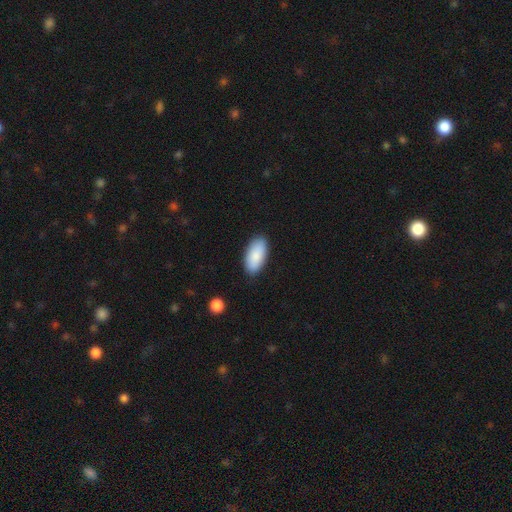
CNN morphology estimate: smooth-or-featured: smooth: 87% | featured or disk: 7% | star or artifact: 6%
  how-rounded: in between: 92% | cigar-shaped: 6% | round: 2%
  merging: none: 88% | minor disturbance: 9% | major disturbance: 2% | merger: 1%